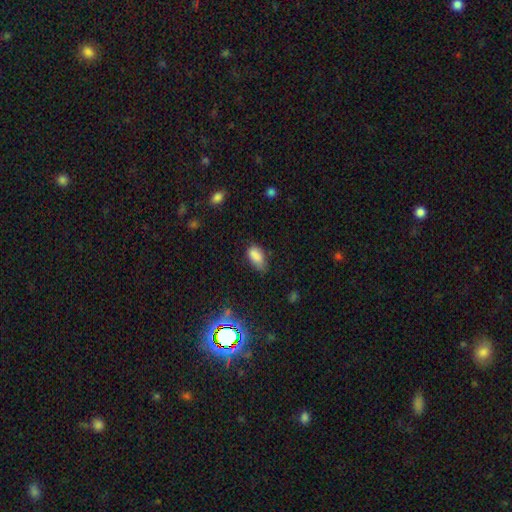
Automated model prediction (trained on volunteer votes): Q: Smooth or featured?
A: smooth (82%); runner-up: star or artifact (11%)
Q: How rounded?
A: in between (90%); runner-up: cigar-shaped (5%)
Q: Merging?
A: none (51%); runner-up: minor disturbance (36%)